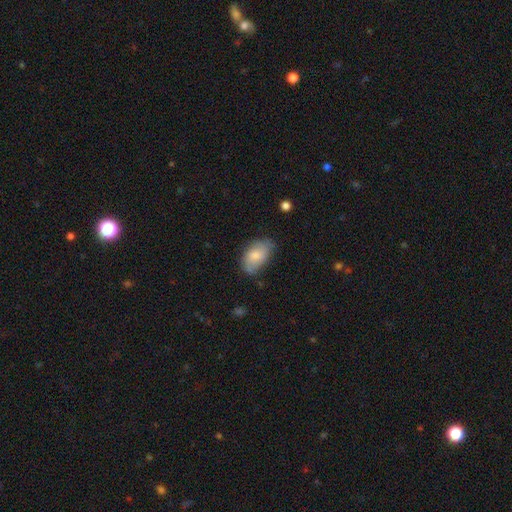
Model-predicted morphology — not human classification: A smooth galaxy with no disk features (75%) that is in between round and cigar-shaped (93%). Merging: none (63%).